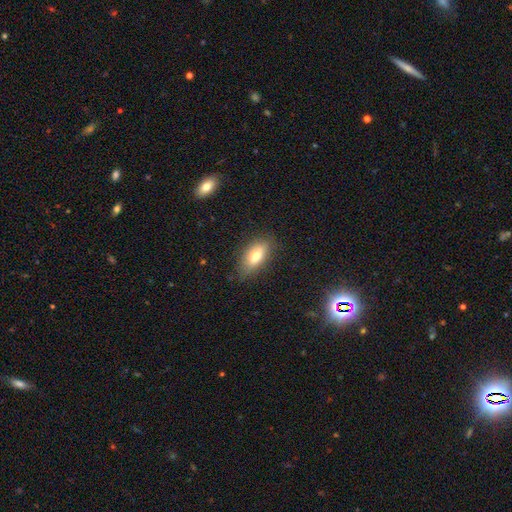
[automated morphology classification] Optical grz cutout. It shows a smooth galaxy with no disk features (73%) that is in between round and cigar-shaped (84%). Merging: none (80%).